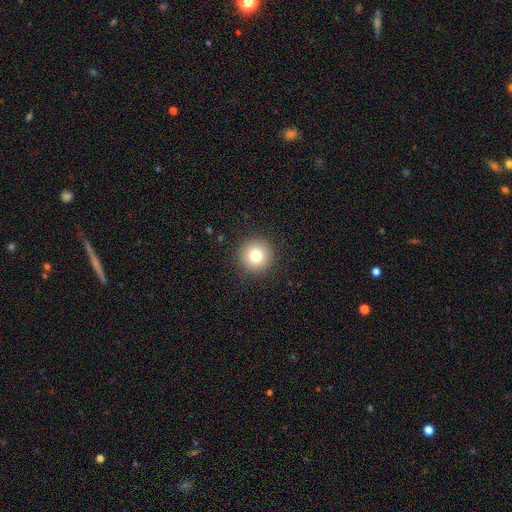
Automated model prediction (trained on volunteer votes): Overall: smooth (79%). How rounded: round (96%). Merging: none (91%).